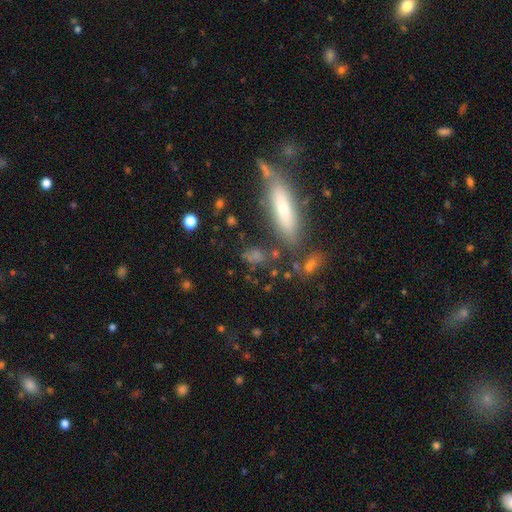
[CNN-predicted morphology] smooth-or-featured: smooth: 66% | star or artifact: 18% | featured or disk: 16%
  how-rounded: in between: 54% | cigar-shaped: 25% | round: 21%
  merging: none: 67% | minor disturbance: 15% | merger: 11% | major disturbance: 7%